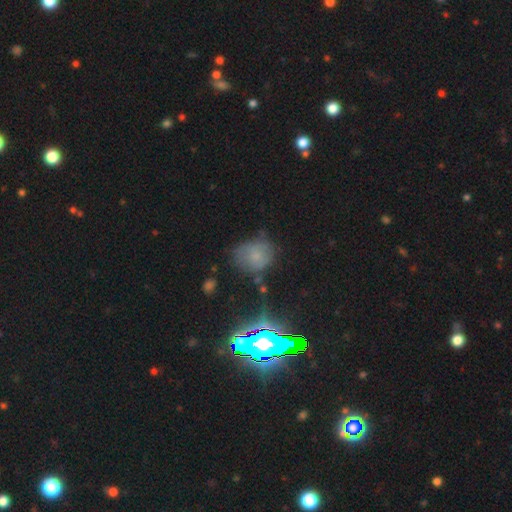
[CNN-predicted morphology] Smooth or featured? Predicted: smooth (p=0.62). How rounded? Predicted: round (p=0.69). Merging? Predicted: none (p=0.57).